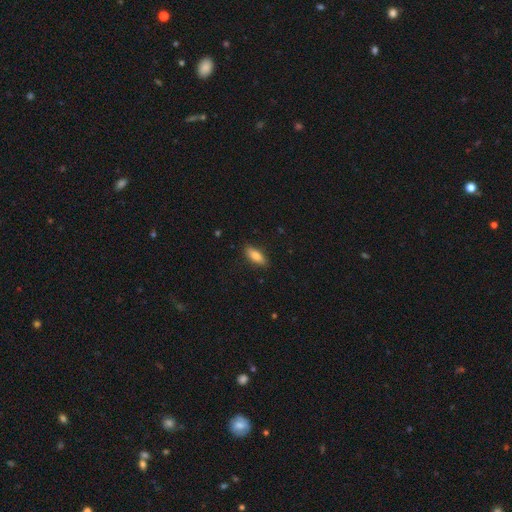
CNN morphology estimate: Overall: smooth (79%). How rounded: in between (67%; cigar-shaped 31%). Merging: none (86%).